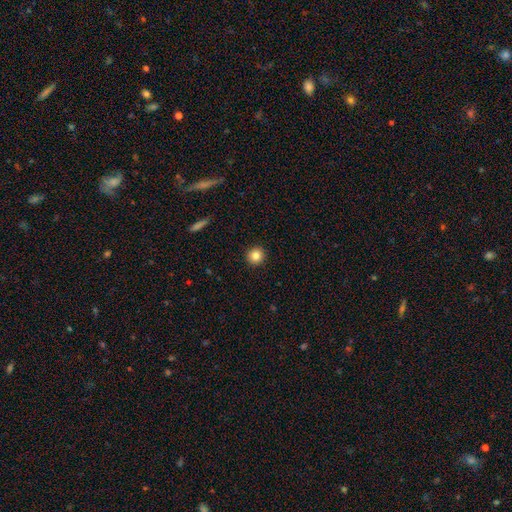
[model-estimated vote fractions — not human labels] This appears to be a smooth galaxy with no disk features (84%) that is round (93%). Merging: none (92%).